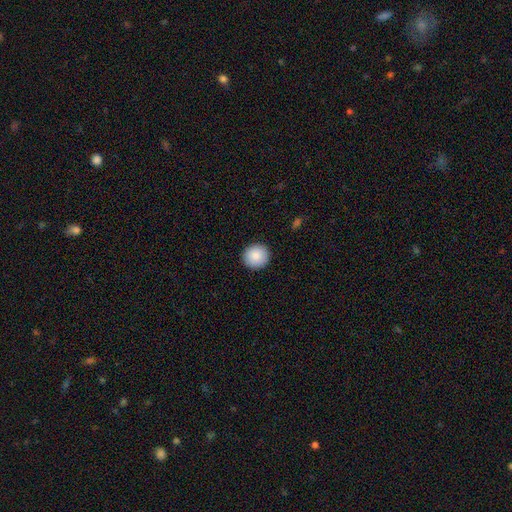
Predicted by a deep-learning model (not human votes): Overall: smooth (88%). How rounded: round (92%). Merging: none (92%).